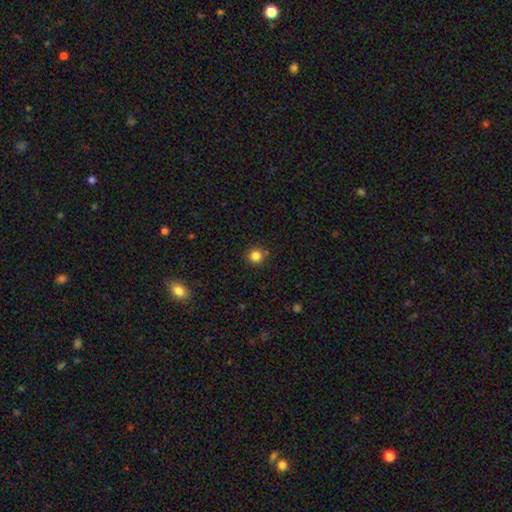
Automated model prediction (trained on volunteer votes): This is clearly a smooth galaxy (83%). How rounded: clearly round (94%). Merging: clearly none (86%).